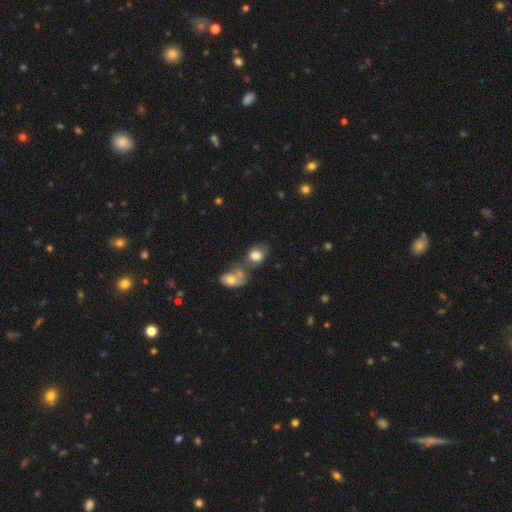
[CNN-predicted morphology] A smooth galaxy with no disk features (76%) that is in between round and cigar-shaped (74%). Merging: merger (45%).